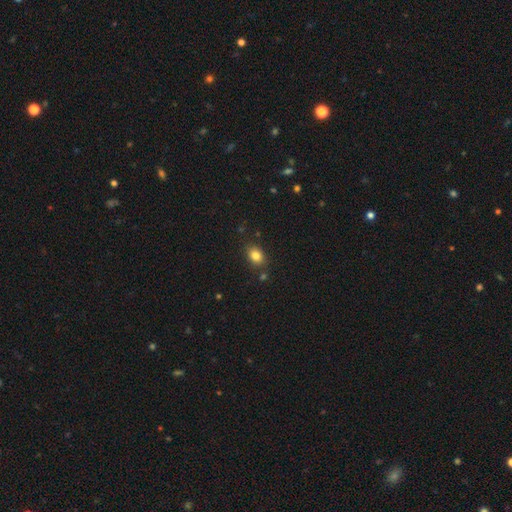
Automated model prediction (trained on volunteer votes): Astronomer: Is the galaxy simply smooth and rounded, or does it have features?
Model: smooth — 82%.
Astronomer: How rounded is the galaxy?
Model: in between — 65%.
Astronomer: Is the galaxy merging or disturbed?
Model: none — 81%.